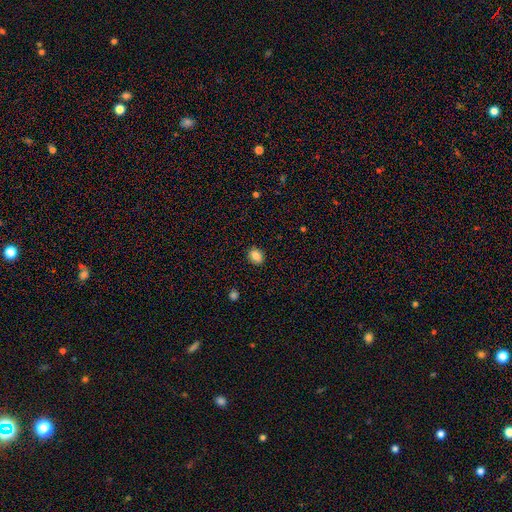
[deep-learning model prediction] A smooth galaxy with no disk features (84%) that is in between round and cigar-shaped (60%).

Vote fractions:
- Smooth or featured? smooth: 84% / star or artifact: 10% / featured or disk: 6%
- How rounded? in between: 60% / round: 39% / cigar-shaped: 1%
- Merging? none: 88% / minor disturbance: 8% / major disturbance: 2% / merger: 1%